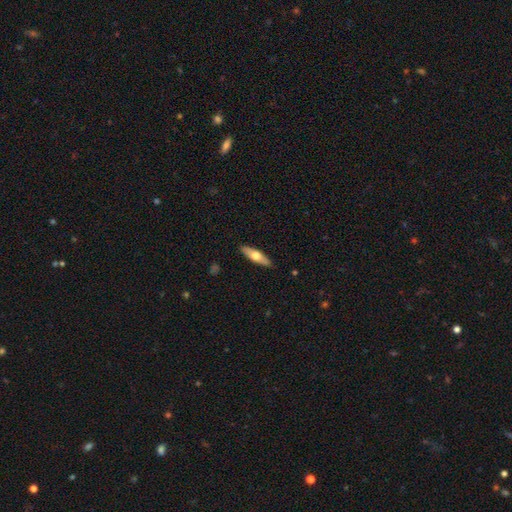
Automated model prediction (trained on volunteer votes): A smooth galaxy with no disk features (52%) that is cigar-shaped (59%). Merging: none (89%).